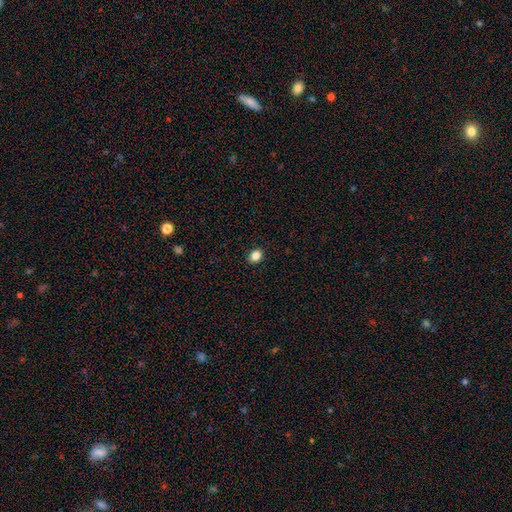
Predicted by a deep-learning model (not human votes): Q: Smooth or featured?
A: smooth (85%); runner-up: star or artifact (11%)
Q: How rounded?
A: in between (52%); runner-up: round (47%)
Q: Merging?
A: none (91%); runner-up: minor disturbance (7%)